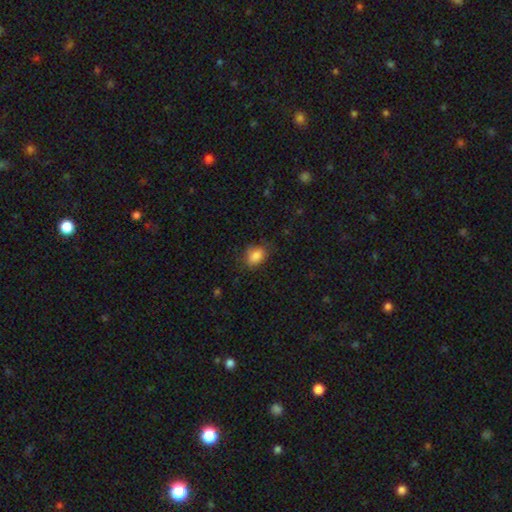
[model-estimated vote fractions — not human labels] This appears to be a smooth galaxy with no disk features (86%) that is in between round and cigar-shaped (77%). Merging: none (72%).